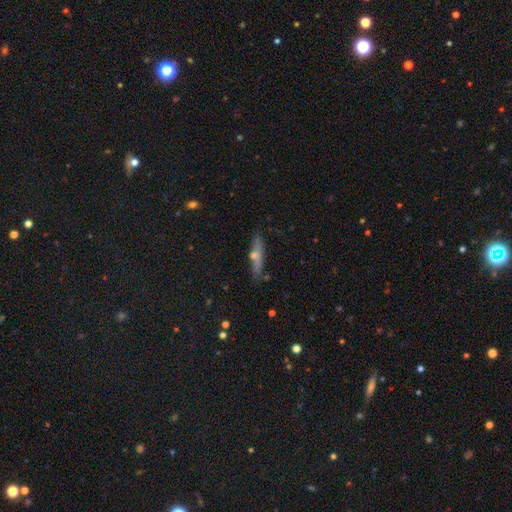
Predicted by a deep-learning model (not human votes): Morphology: type=smooth (53%); roundness=cigar-shaped (82%); merging=none (72%).